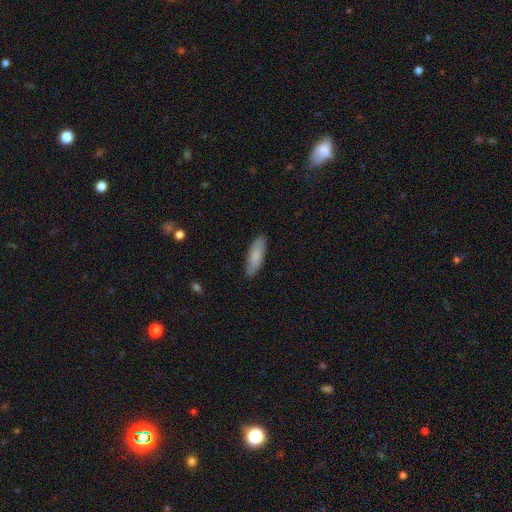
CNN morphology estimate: Smooth or featured? smooth (83%)
How rounded? in between (54%)
Merging? none (86%)